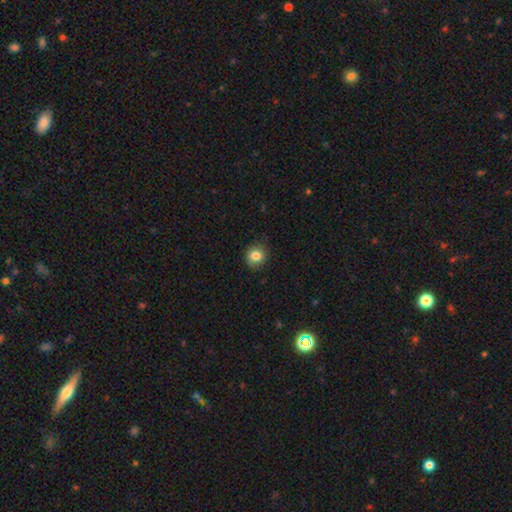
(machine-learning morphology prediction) This appears to be a smooth galaxy with no disk features (83%) that is round (85%). Merging: none (86%).